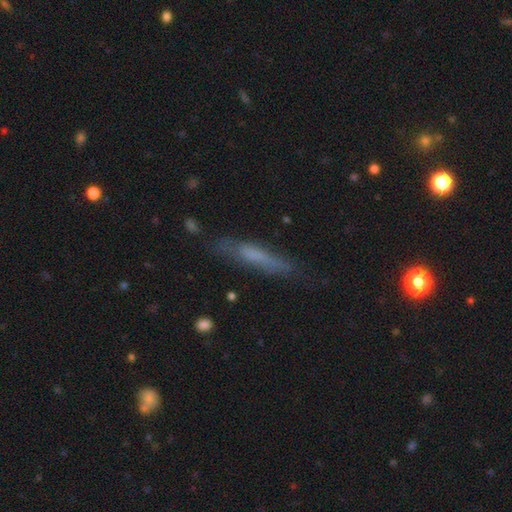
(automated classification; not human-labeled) Smooth or featured: smooth — 54% (featured or disk — 36%)
How rounded: cigar-shaped — 87% (in between — 11%)
Merging: none — 73% (minor disturbance — 19%)